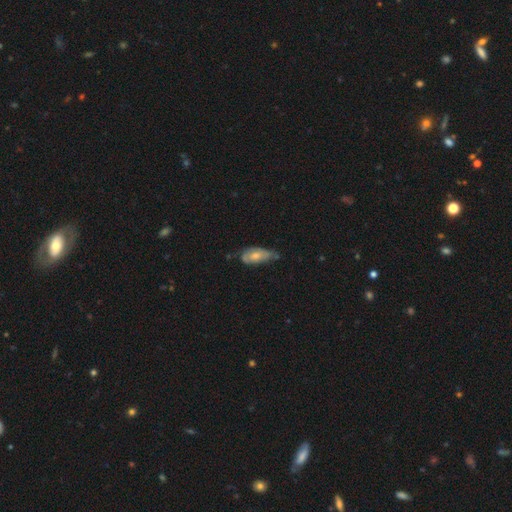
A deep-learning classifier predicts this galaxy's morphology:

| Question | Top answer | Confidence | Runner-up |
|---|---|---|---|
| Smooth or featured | smooth | 56% | featured or disk (37%) |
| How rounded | in between | 86% | cigar-shaped (11%) |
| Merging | minor disturbance | 44% | none (36%) |